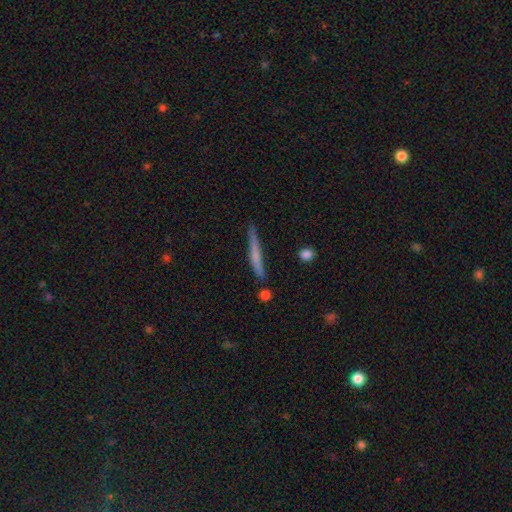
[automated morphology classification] A smooth galaxy with no disk features (57%) that is cigar-shaped (95%). Merging: none (77%).